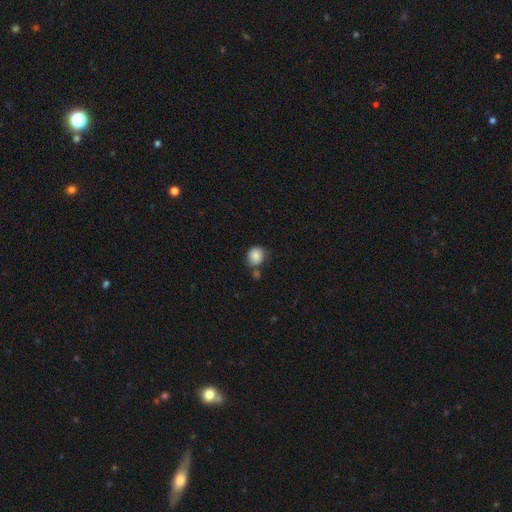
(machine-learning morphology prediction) smooth 86%, star or artifact 8%, featured or disk 5%. Down the decision tree: how rounded — round (78%); merging — none (60%).